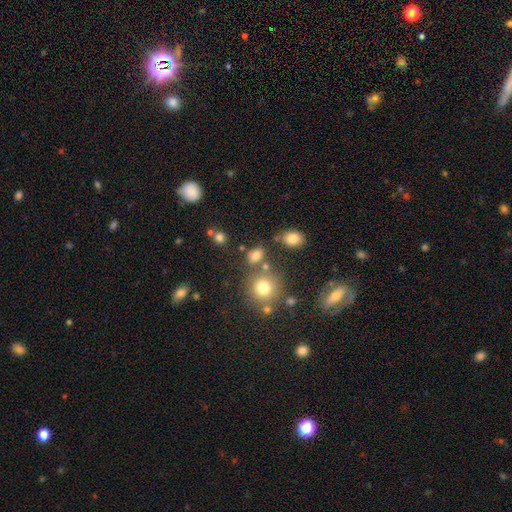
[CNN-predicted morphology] A smooth galaxy with no disk features (73%) that is in between round and cigar-shaped (63%). Merging: none (61%).